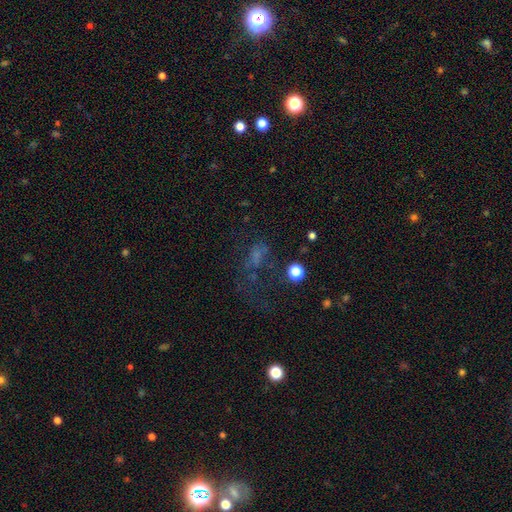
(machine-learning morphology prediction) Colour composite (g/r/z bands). It shows a smooth galaxy with no disk features (37%). Merging: major disturbance (41%).